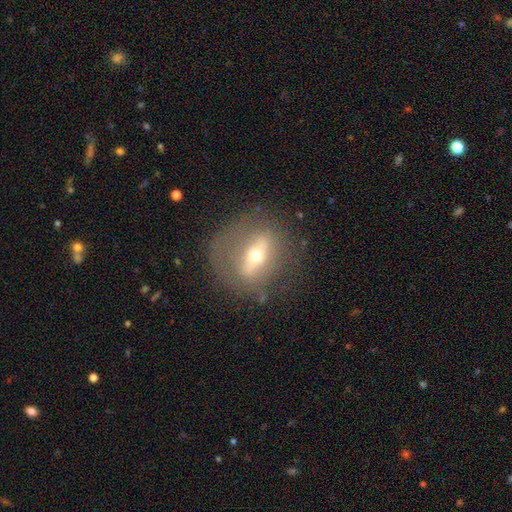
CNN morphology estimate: smooth_or_featured: featured or disk (p=0.66) [alt: smooth p=0.25]
disk_edge_on: no (p=0.70) [alt: yes p=0.30]
merging: none (p=0.72) [alt: minor disturbance p=0.15]